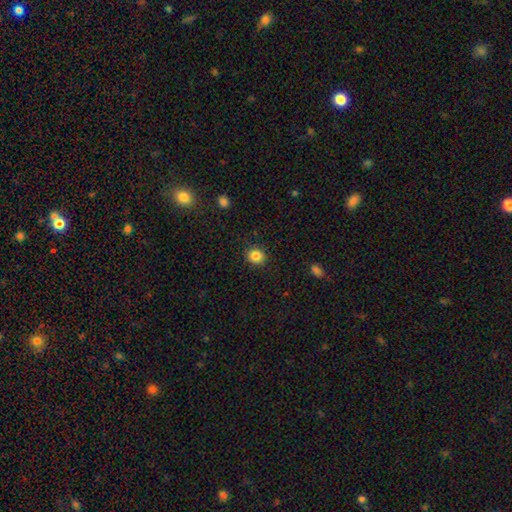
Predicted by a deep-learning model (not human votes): Smooth or featured?
  - smooth: 84% *
  - star or artifact: 11%
  - featured or disk: 5%
How rounded?
  - round: 82% *
  - in between: 17%
  - cigar-shaped: 1%
Merging?
  - none: 90% *
  - minor disturbance: 7%
  - major disturbance: 2%
  - merger: 1%